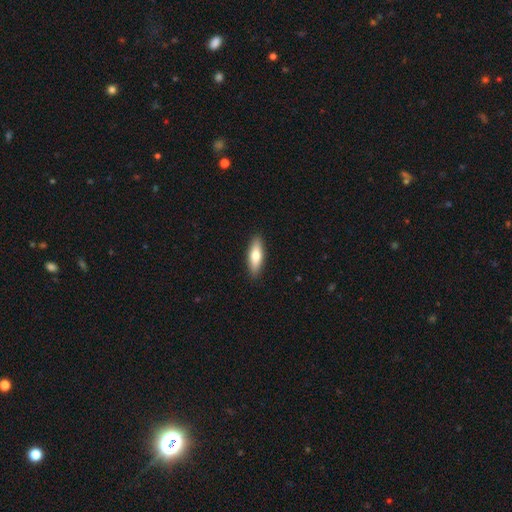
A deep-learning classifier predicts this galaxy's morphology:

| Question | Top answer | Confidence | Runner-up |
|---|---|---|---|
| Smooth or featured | smooth | 69% | featured or disk (26%) |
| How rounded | in between | 50% | cigar-shaped (48%) |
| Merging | none | 90% | minor disturbance (7%) |